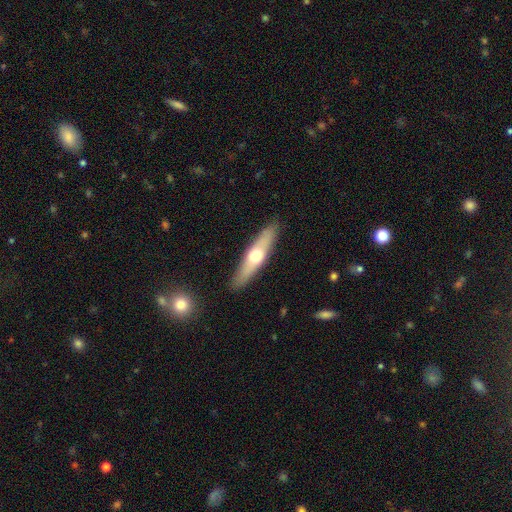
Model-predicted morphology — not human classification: This is possibly a smooth galaxy (48%). Merging: clearly none (89%).